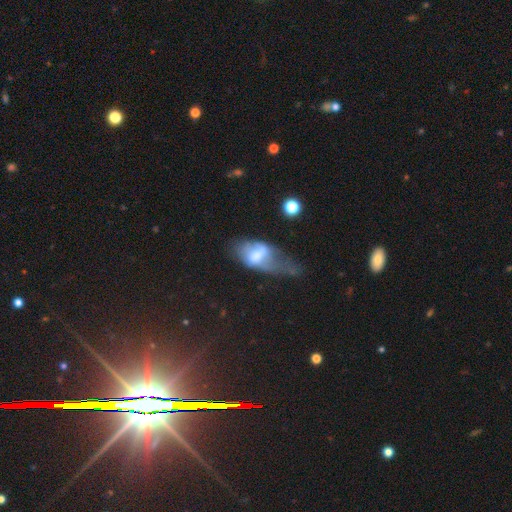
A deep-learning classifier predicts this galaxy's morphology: Smooth or featured?
  - smooth: 51% *
  - featured or disk: 40%
  - star or artifact: 9%
How rounded?
  - in between: 88% *
  - round: 7%
  - cigar-shaped: 5%
Merging?
  - major disturbance: 53% *
  - minor disturbance: 25%
  - none: 16%
  - merger: 7%